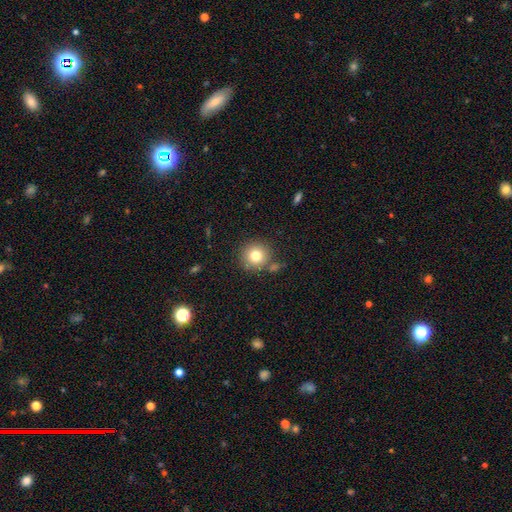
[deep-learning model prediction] A smooth galaxy with no disk features (78%) that is round (94%).

Vote fractions:
- Smooth or featured? smooth: 78% / star or artifact: 11% / featured or disk: 11%
- How rounded? round: 94% / in between: 5% / cigar-shaped: 1%
- Merging? none: 77% / minor disturbance: 10% / merger: 9% / major disturbance: 4%